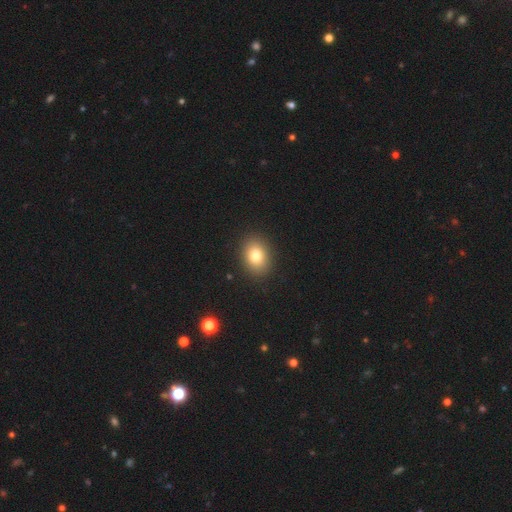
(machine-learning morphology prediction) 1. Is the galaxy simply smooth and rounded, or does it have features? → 79% smooth, 11% star or artifact, 10% featured or disk.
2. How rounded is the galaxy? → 59% in between, 40% round, 1% cigar-shaped.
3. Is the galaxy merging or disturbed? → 90% none, 6% minor disturbance, 2% major disturbance, 1% merger.